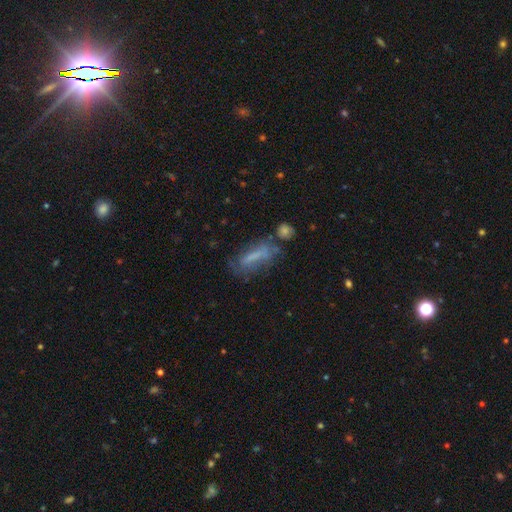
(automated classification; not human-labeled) Smooth or featured? Predicted: smooth (p=0.54). How rounded? Predicted: cigar-shaped (p=0.56). Merging? Predicted: none (p=0.48).